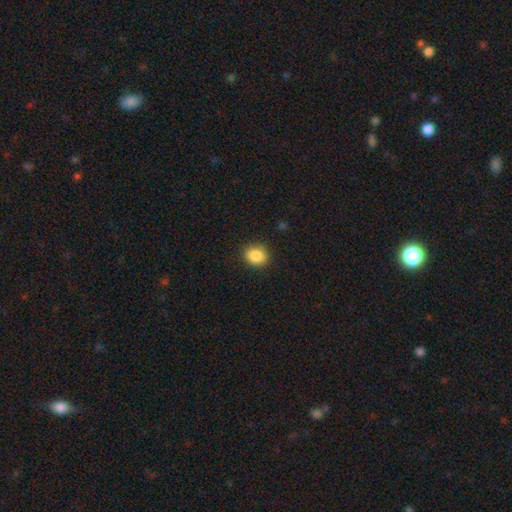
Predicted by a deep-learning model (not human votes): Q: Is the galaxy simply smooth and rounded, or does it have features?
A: smooth — 87%.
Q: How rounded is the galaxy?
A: round — 59%.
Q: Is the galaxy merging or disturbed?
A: none — 88%.